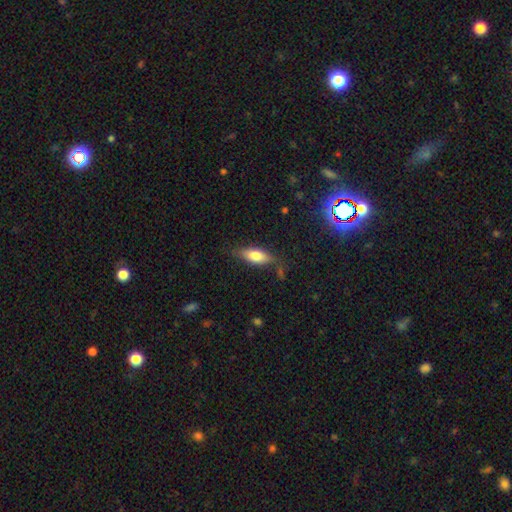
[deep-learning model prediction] Smooth or featured: smooth — 72% (featured or disk — 21%)
How rounded: in between — 73% (cigar-shaped — 24%)
Merging: none — 75% (minor disturbance — 18%)